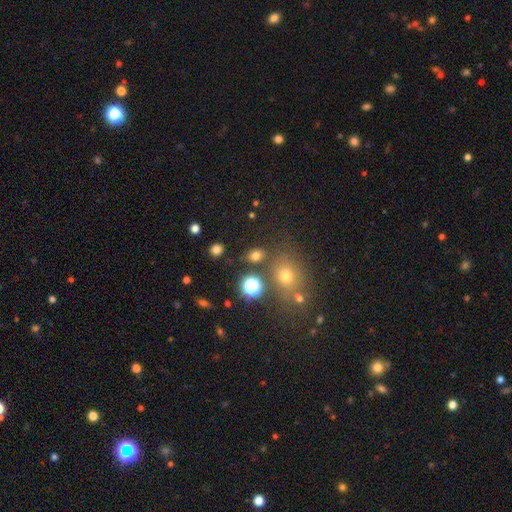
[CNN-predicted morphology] Smooth or featured? smooth (70%)
How rounded? in between (55%)
Merging? none (77%)